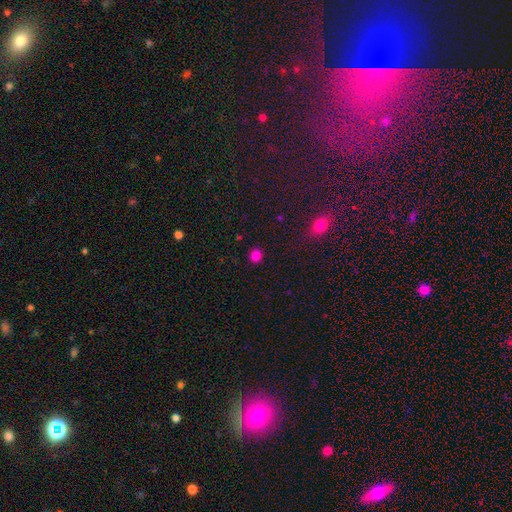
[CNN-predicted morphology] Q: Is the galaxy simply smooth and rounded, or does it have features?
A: smooth — 83%.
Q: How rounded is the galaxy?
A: round — 84%.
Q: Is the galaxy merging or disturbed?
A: none — 91%.